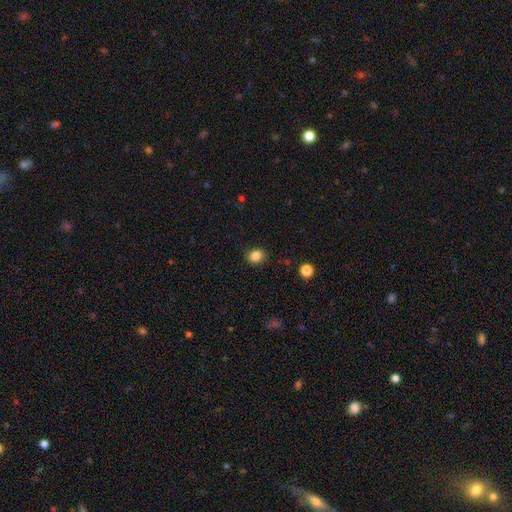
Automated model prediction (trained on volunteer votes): Smooth or featured: smooth — 85% (star or artifact — 11%)
How rounded: round — 66% (in between — 33%)
Merging: none — 85% (minor disturbance — 11%)